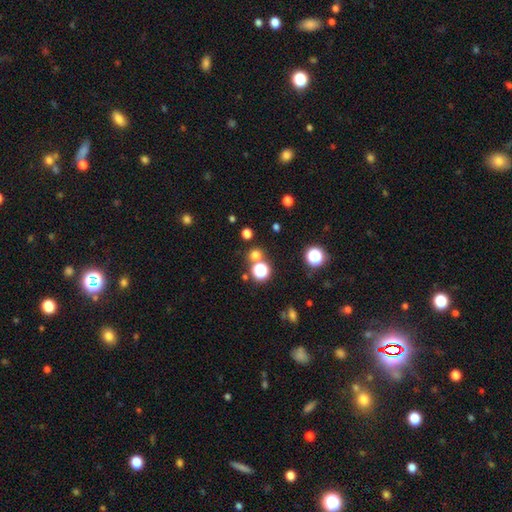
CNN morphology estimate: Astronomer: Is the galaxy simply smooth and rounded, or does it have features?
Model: smooth — 63%.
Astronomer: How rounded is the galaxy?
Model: round — 89%.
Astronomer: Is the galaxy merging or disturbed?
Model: none — 74%.